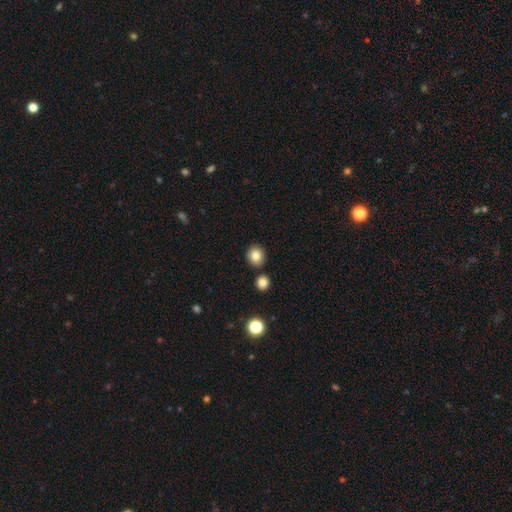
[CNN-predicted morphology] smooth 83%, star or artifact 10%, featured or disk 7%. Down the decision tree: how rounded — round (82%); merging — none (86%).